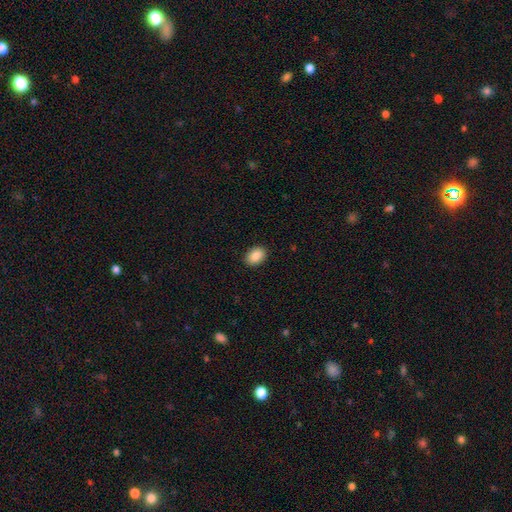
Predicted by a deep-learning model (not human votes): This is clearly a smooth galaxy (89%). How rounded: likely in between (80%). Merging: clearly none (90%).